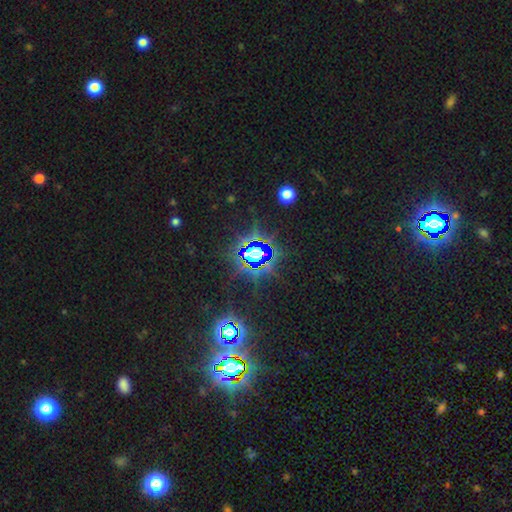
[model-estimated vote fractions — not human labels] Overall: star or artifact (77%).